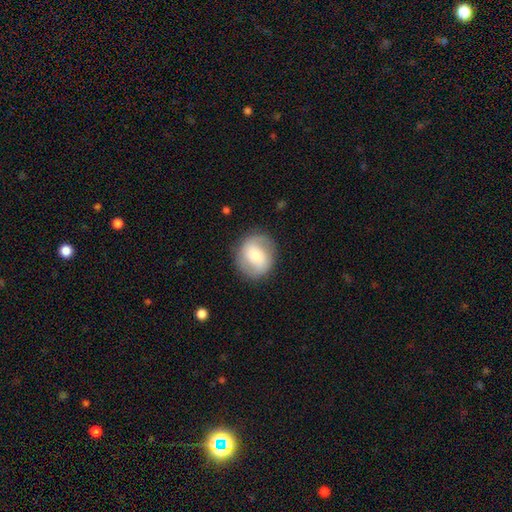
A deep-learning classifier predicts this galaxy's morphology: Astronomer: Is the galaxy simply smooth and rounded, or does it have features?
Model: featured or disk — 47% (runner-up: smooth, 46%).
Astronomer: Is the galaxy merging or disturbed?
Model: none — 84%.